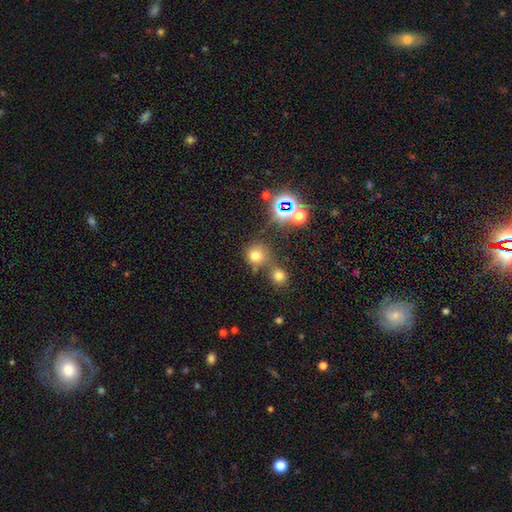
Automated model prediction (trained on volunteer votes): A smooth galaxy with no disk features (69%) that is round (91%).

Vote fractions:
- Smooth or featured? smooth: 69% / star or artifact: 24% / featured or disk: 8%
- How rounded? round: 91% / in between: 8% / cigar-shaped: 1%
- Merging? none: 66% / merger: 20% / minor disturbance: 10% / major disturbance: 5%